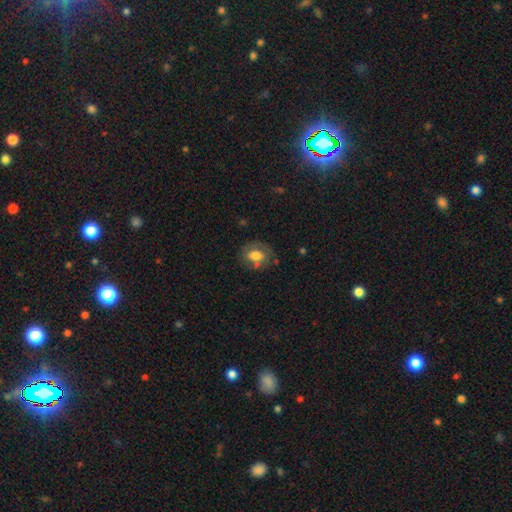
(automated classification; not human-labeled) Q: Smooth or featured?
A: smooth (67%); runner-up: featured or disk (24%)
Q: How rounded?
A: in between (59%); runner-up: round (39%)
Q: Merging?
A: none (65%); runner-up: minor disturbance (21%)